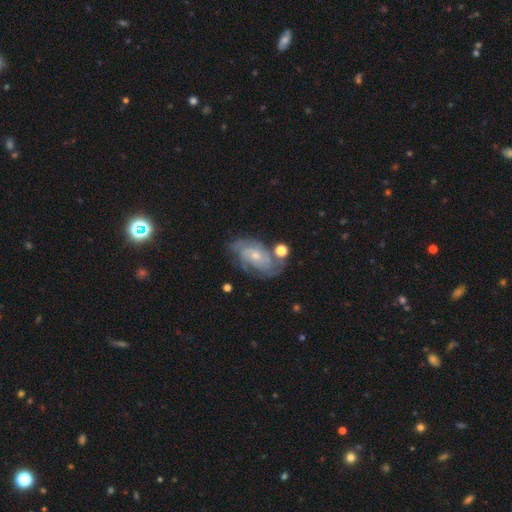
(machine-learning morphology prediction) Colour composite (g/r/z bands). It shows a featured or disk galaxy (78%) with no bar (71%), tight (55%) spiral arms (91%) and a small central bulge (68%). Merging: none (60%).